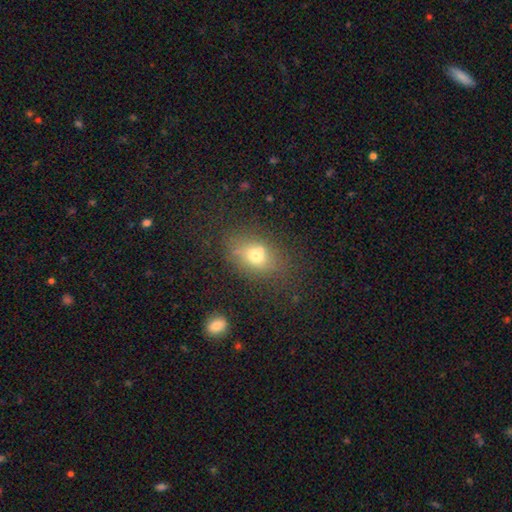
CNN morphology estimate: This is likely a smooth galaxy (67%). How rounded: likely in between (65%). Merging: likely none (65%).